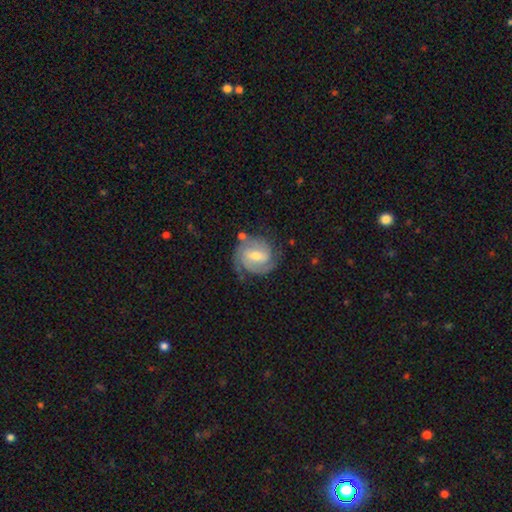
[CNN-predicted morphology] Smooth or featured: featured or disk — 82% (smooth — 13%)
Edge-on disk: no — 97% (yes — 3%)
Bar: weak — 56% (strong — 25%)
Spiral arms: yes — 95% (no — 5%)
Spiral winding: tight — 55% (medium — 36%)
Spiral arm count: 2 — 61% (3 — 16%)
Bulge size: moderate — 59% (small — 35%)
Merging: none — 72% (minor disturbance — 17%)